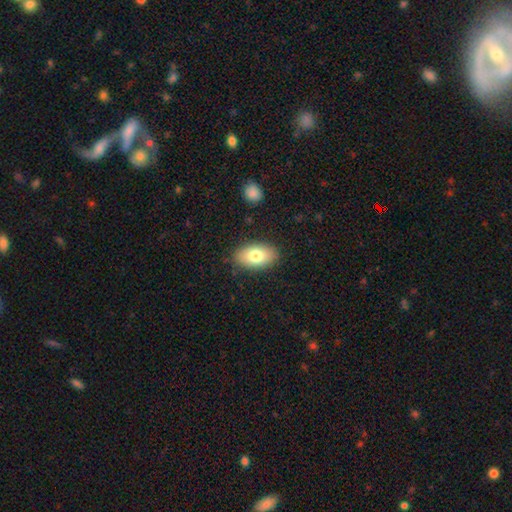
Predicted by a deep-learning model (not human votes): Smooth or featured: smooth — 77% (featured or disk — 16%)
How rounded: in between — 93% (round — 4%)
Merging: none — 87% (minor disturbance — 9%)